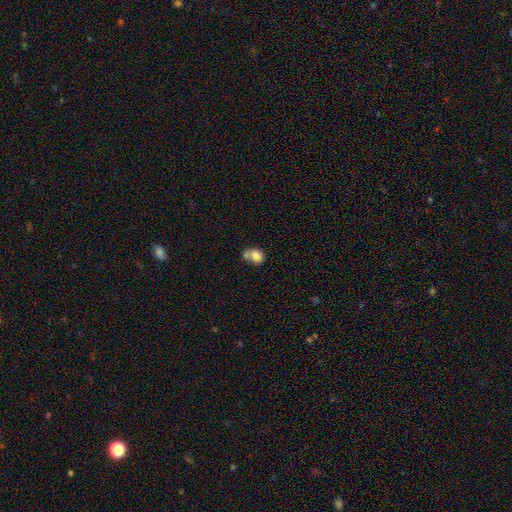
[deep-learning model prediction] A smooth galaxy with no disk features (78%) that is in between round and cigar-shaped (53%).

Vote fractions:
- Smooth or featured? smooth: 78% / featured or disk: 13% / star or artifact: 9%
- How rounded? in between: 53% / round: 46% / cigar-shaped: 1%
- Merging? merger: 46% / none: 31% / minor disturbance: 15% / major disturbance: 8%